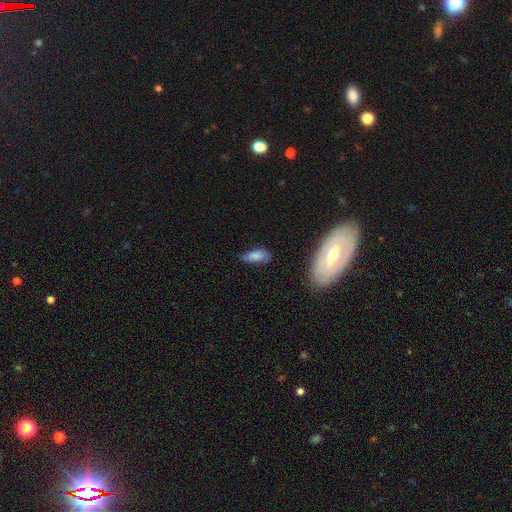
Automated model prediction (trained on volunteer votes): Smooth or featured: smooth — 78% (featured or disk — 13%)
How rounded: in between — 81% (cigar-shaped — 16%)
Merging: none — 61% (minor disturbance — 30%)